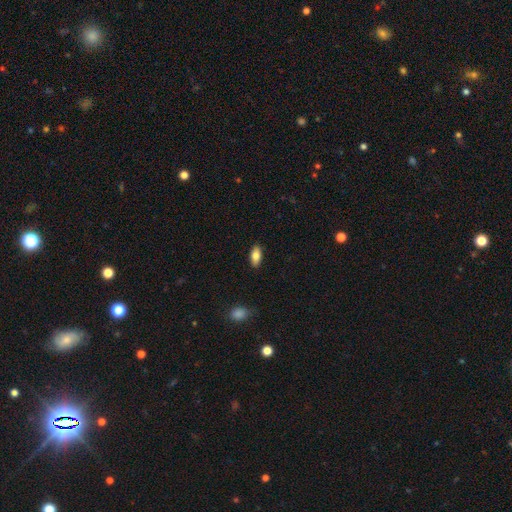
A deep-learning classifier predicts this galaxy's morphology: This appears to be a smooth galaxy with no disk features (80%) that is in between round and cigar-shaped (87%). Merging: none (87%).